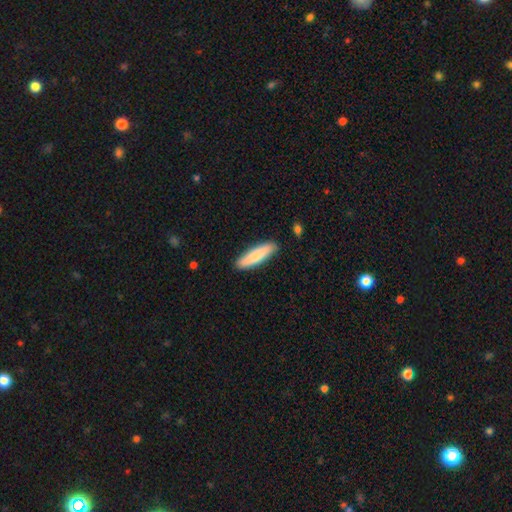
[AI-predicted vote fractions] This is clearly a smooth galaxy (82%). How rounded: likely cigar-shaped (73%). Merging: clearly none (89%).